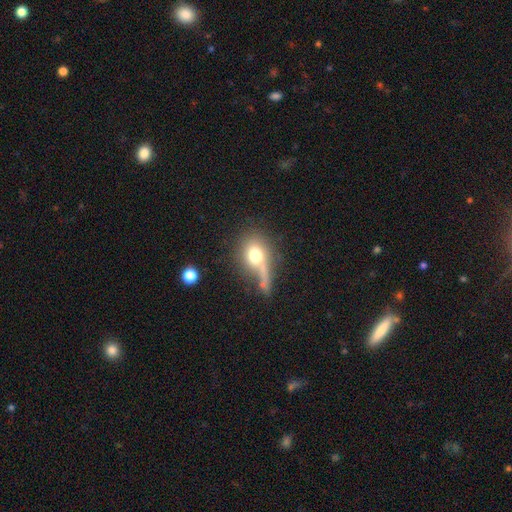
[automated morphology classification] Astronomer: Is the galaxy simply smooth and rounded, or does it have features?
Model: smooth — 67%.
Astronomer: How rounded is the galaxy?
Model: round — 54% (runner-up: in between, 42%).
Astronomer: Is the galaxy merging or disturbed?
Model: none — 34% (runner-up: major disturbance, 28%).